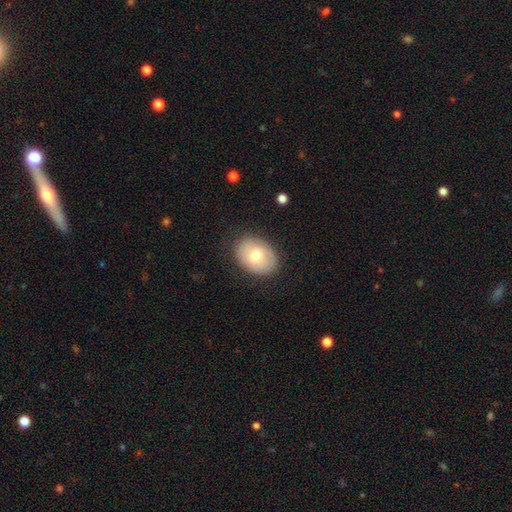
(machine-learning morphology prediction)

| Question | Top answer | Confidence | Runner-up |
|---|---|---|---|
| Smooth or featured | smooth | 69% | featured or disk (23%) |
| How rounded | in between | 69% | round (30%) |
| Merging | none | 83% | minor disturbance (13%) |